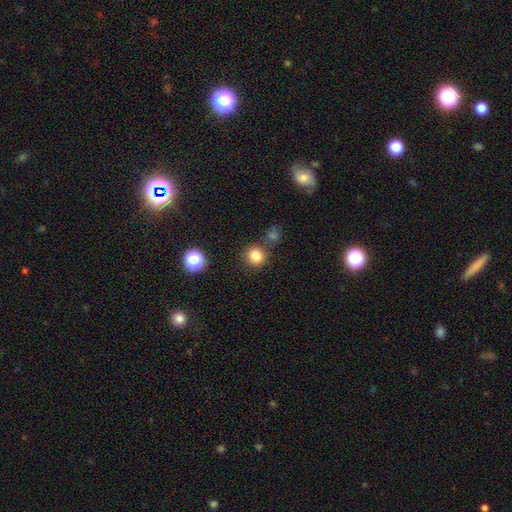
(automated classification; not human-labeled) Overall: smooth (82%). How rounded: round (88%). Merging: none (77%).